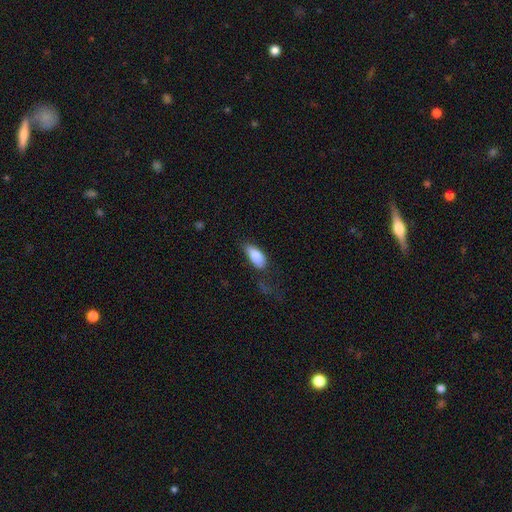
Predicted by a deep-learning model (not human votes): smooth-or-featured: smooth: 83% | featured or disk: 11% | star or artifact: 7%
  how-rounded: in between: 88% | cigar-shaped: 10% | round: 2%
  merging: none: 47% | minor disturbance: 30% | major disturbance: 20% | merger: 3%